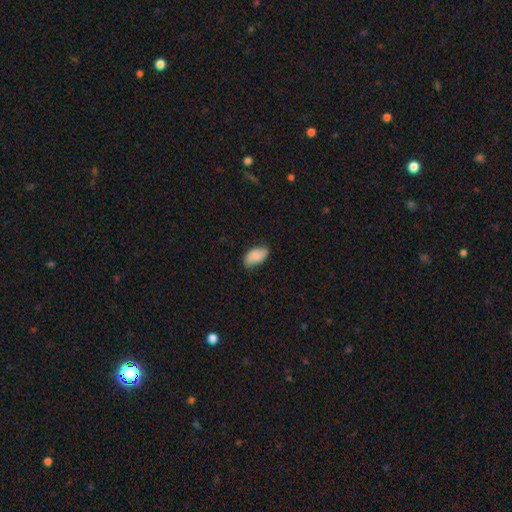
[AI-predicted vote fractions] Q: Smooth or featured?
A: smooth (79%); runner-up: featured or disk (14%)
Q: How rounded?
A: in between (94%); runner-up: round (4%)
Q: Merging?
A: none (69%); runner-up: minor disturbance (25%)